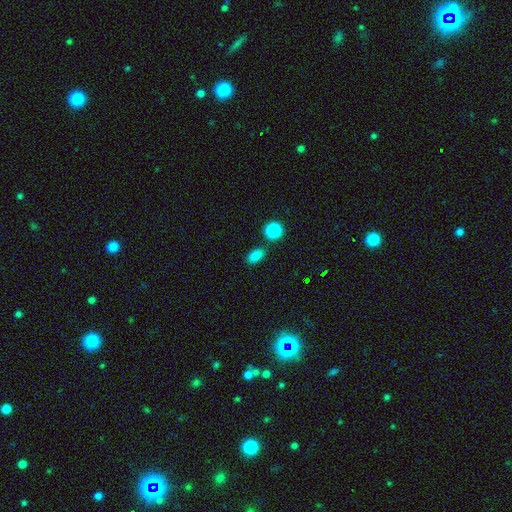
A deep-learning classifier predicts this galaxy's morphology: smooth-or-featured: smooth: 82% | star or artifact: 14% | featured or disk: 4%
  how-rounded: in between: 82% | round: 16% | cigar-shaped: 2%
  merging: none: 79% | minor disturbance: 11% | merger: 8% | major disturbance: 3%